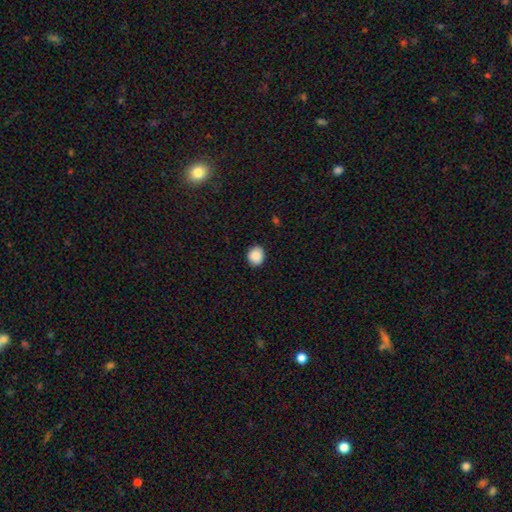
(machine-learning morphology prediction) Smooth or featured?
  - smooth: 89% *
  - star or artifact: 8%
  - featured or disk: 3%
How rounded?
  - round: 73% *
  - in between: 27%
  - cigar-shaped: 1%
Merging?
  - none: 88% *
  - minor disturbance: 9%
  - major disturbance: 2%
  - merger: 1%